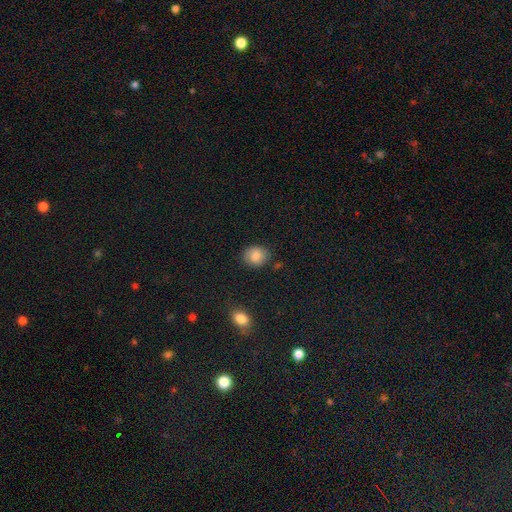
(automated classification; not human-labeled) A smooth galaxy with no disk features (85%) that is round (68%). Merging: none (81%).